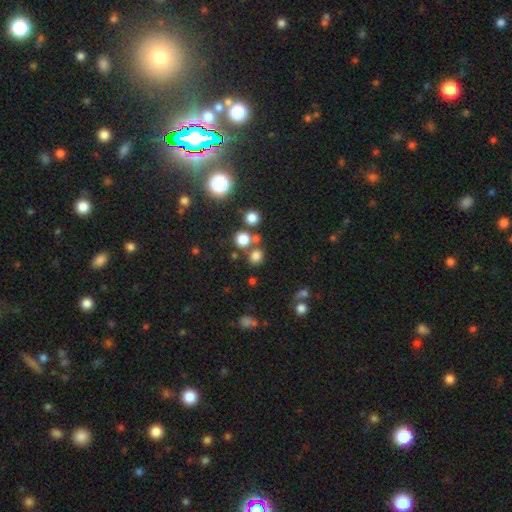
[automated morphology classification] Q: Smooth or featured?
A: smooth (75%); runner-up: star or artifact (19%)
Q: How rounded?
A: round (83%); runner-up: in between (16%)
Q: Merging?
A: none (68%); runner-up: merger (19%)